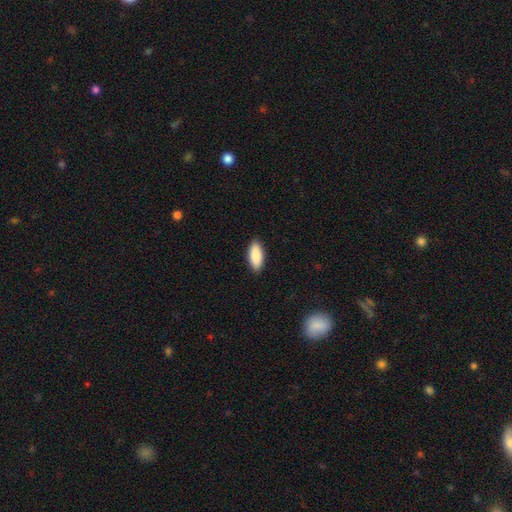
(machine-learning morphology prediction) Smooth or featured?
  - smooth: 89% *
  - star or artifact: 6%
  - featured or disk: 6%
How rounded?
  - in between: 84% *
  - cigar-shaped: 14%
  - round: 2%
Merging?
  - none: 90% *
  - minor disturbance: 8%
  - major disturbance: 2%
  - merger: 1%